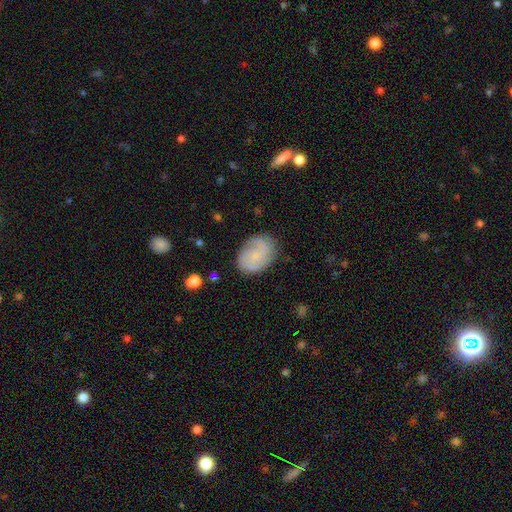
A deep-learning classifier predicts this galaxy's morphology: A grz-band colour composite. It shows a featured or disk galaxy (59%) with no bar (66%), 2 (66%) medium (43%) spiral arms (92%) and a small central bulge (51%). Merging: none (76%).